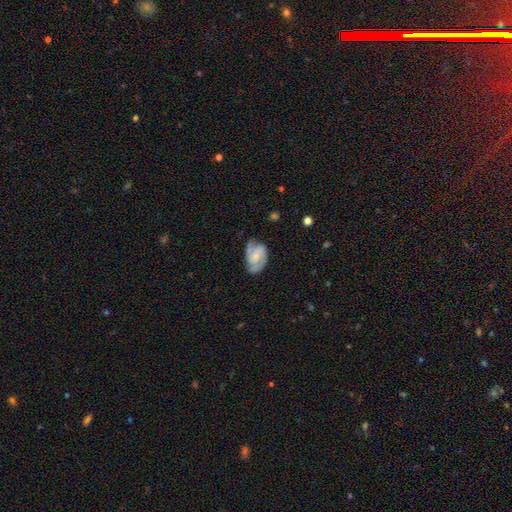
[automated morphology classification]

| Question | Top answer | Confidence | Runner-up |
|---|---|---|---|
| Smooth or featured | featured or disk | 69% | smooth (25%) |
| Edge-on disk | no | 97% | yes (3%) |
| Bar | no | 55% | weak (36%) |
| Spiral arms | yes | 92% | no (8%) |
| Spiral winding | medium | 45% | tight (37%) |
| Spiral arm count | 2 | 70% | can't tell (12%) |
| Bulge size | small | 56% | moderate (30%) |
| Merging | none | 60% | minor disturbance (28%) |